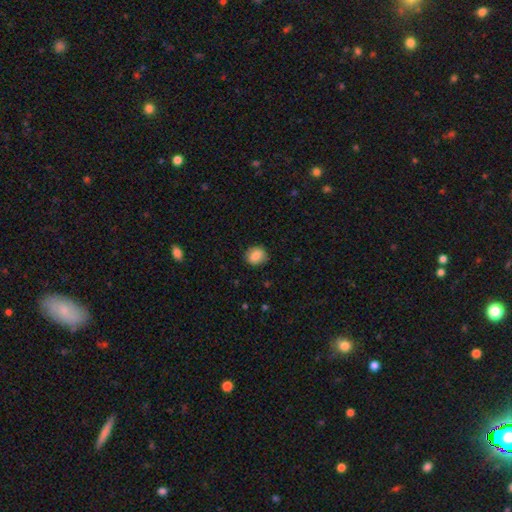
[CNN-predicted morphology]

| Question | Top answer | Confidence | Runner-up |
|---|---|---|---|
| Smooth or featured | smooth | 86% | star or artifact (8%) |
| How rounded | round | 67% | in between (32%) |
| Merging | none | 85% | minor disturbance (11%) |